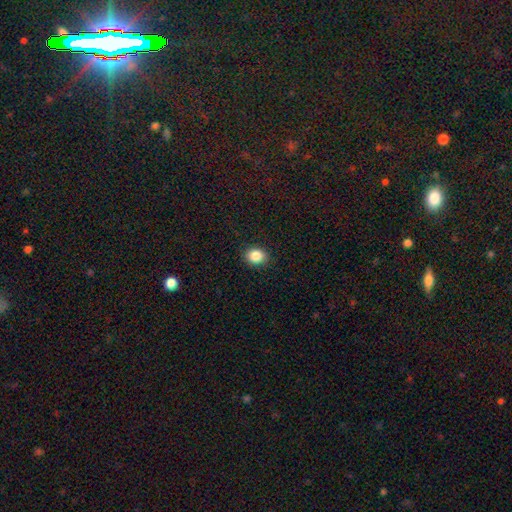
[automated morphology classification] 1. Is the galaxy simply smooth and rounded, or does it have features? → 86% smooth, 9% star or artifact, 4% featured or disk.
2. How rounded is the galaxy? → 50% round, 49% in between, 1% cigar-shaped.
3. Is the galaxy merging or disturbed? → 90% none, 7% minor disturbance, 2% major disturbance, 1% merger.